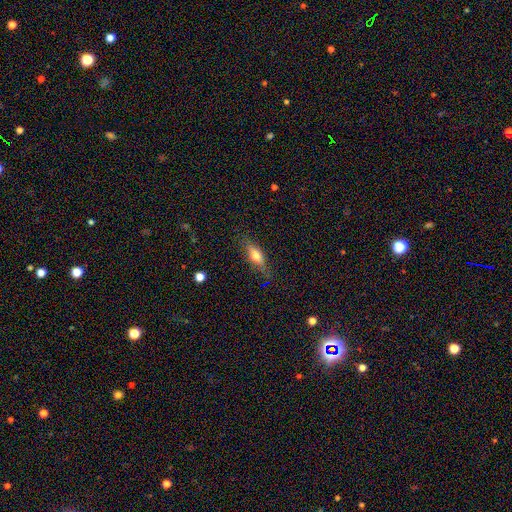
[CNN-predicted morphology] This is possibly a smooth galaxy (59%). How rounded: possibly in between (56%). Merging: likely none (78%).